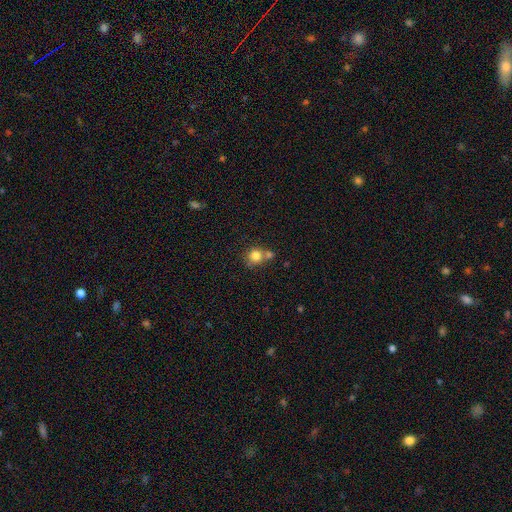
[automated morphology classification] Smooth or featured?
  - smooth: 80% *
  - star or artifact: 11%
  - featured or disk: 9%
How rounded?
  - round: 87% *
  - in between: 12%
  - cigar-shaped: 1%
Merging?
  - none: 51% *
  - merger: 36%
  - minor disturbance: 10%
  - major disturbance: 4%